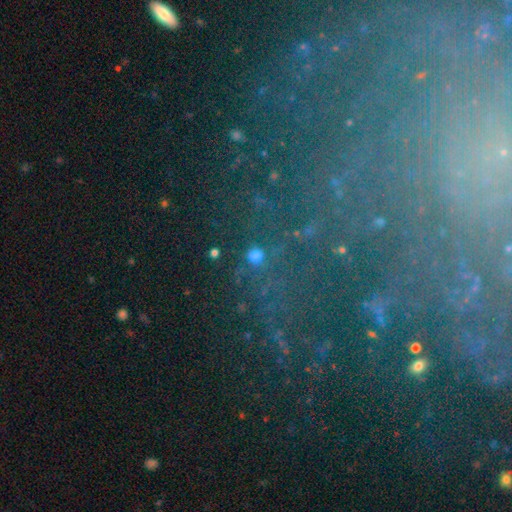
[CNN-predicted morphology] Smooth or featured: smooth — 49% (star or artifact — 39%)
Merging: none — 69% (minor disturbance — 13%)